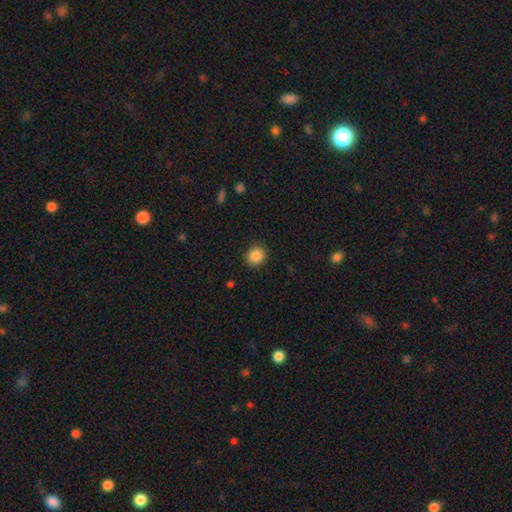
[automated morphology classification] Smooth or featured?
  - smooth: 87% *
  - star or artifact: 9%
  - featured or disk: 4%
How rounded?
  - round: 81% *
  - in between: 18%
  - cigar-shaped: 1%
Merging?
  - none: 90% *
  - minor disturbance: 7%
  - major disturbance: 2%
  - merger: 1%